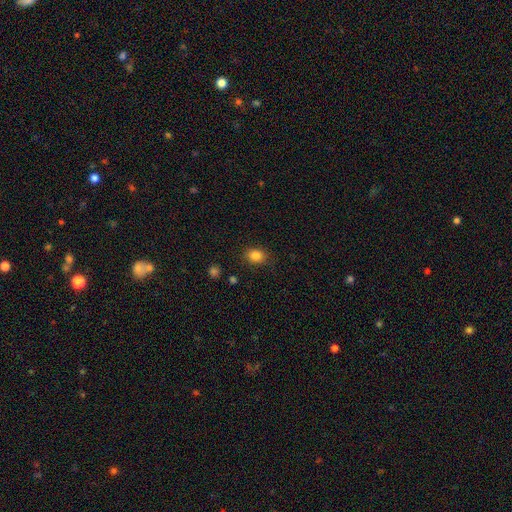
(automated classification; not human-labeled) A smooth galaxy with no disk features (84%) that is in between round and cigar-shaped (58%).

Vote fractions:
- Smooth or featured? smooth: 84% / star or artifact: 10% / featured or disk: 5%
- How rounded? in between: 58% / round: 40% / cigar-shaped: 1%
- Merging? none: 85% / minor disturbance: 10% / major disturbance: 3% / merger: 1%